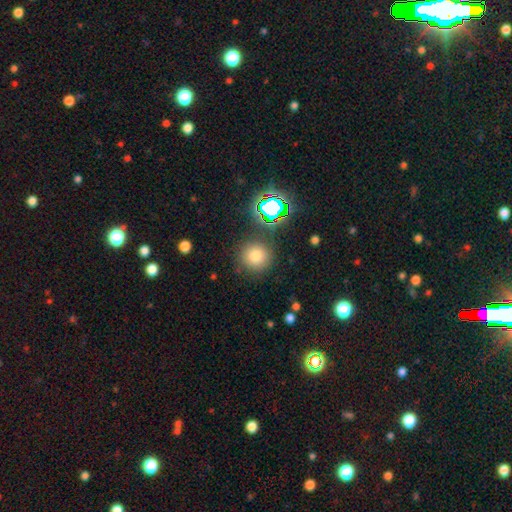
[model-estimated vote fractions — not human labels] Overall: smooth (75%). How rounded: round (94%). Merging: none (85%).